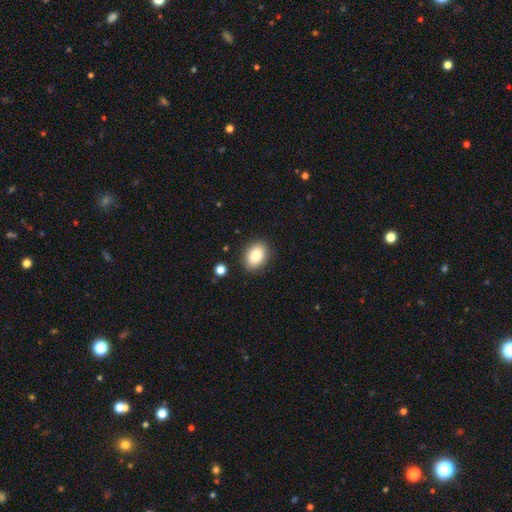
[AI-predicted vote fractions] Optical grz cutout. It shows a smooth galaxy with no disk features (86%) that is in between round and cigar-shaped (80%). Merging: none (87%).